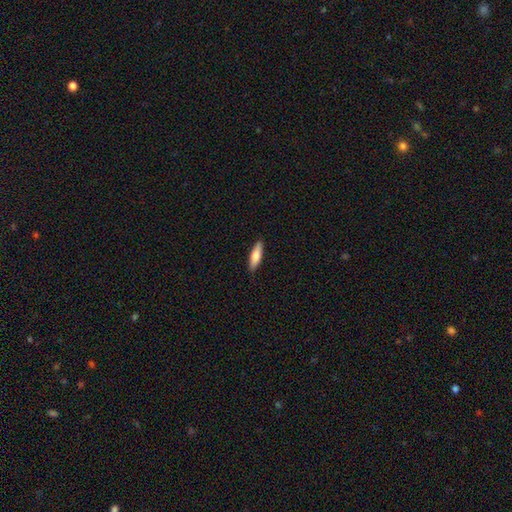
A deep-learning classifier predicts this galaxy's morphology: Smooth or featured?
  - smooth: 73% *
  - featured or disk: 22%
  - star or artifact: 6%
How rounded?
  - cigar-shaped: 59% *
  - in between: 39%
  - round: 2%
Merging?
  - none: 89% *
  - minor disturbance: 8%
  - major disturbance: 2%
  - merger: 1%